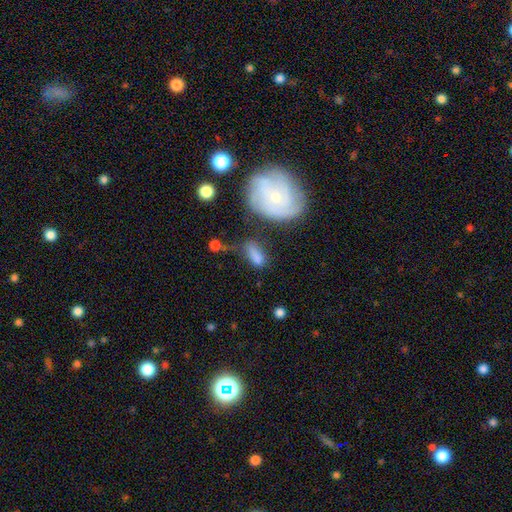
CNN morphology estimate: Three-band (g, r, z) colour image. It shows a smooth galaxy with no disk features (73%) that is in between round and cigar-shaped (80%). Merging: none (43%).